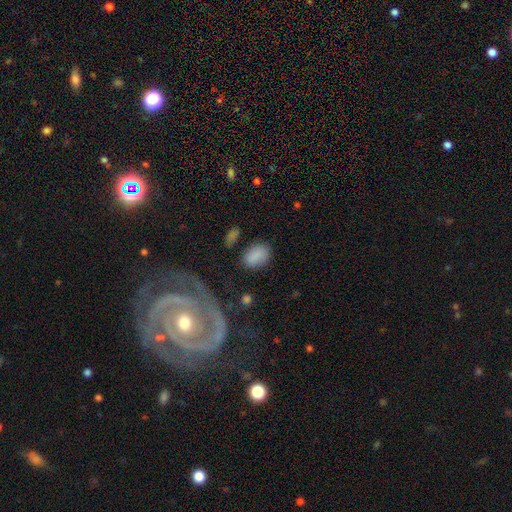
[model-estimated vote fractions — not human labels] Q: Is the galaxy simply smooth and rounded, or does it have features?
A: smooth — 85%.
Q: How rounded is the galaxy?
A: in between — 82%.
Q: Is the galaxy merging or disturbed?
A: none — 76%.